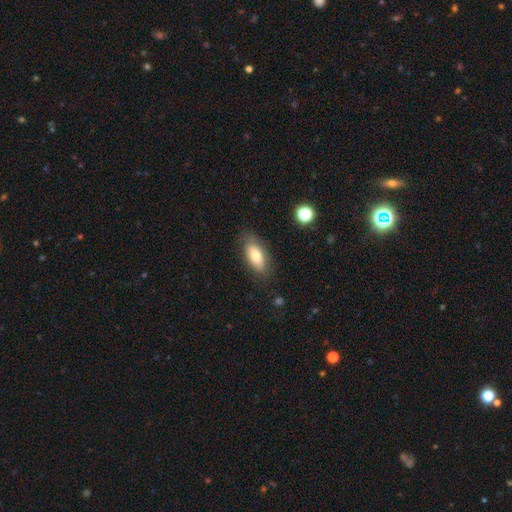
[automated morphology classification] smooth 74%, featured or disk 19%, star or artifact 7%. Down the decision tree: how rounded — in between (85%); merging — none (79%).